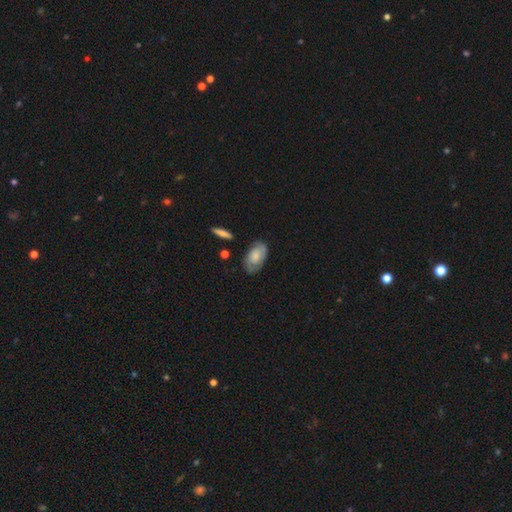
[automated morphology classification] featured or disk 49%, smooth 45%, star or artifact 7%. Down the decision tree: merging — none (74%).